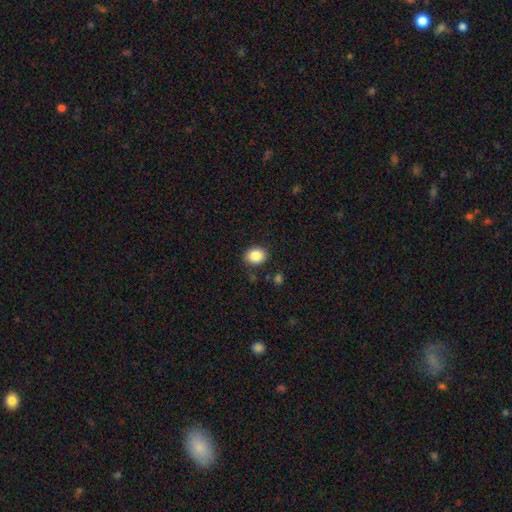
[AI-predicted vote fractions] Smooth or featured?
  - smooth: 87% *
  - star or artifact: 9%
  - featured or disk: 5%
How rounded?
  - round: 54% *
  - in between: 45%
  - cigar-shaped: 1%
Merging?
  - none: 86% *
  - minor disturbance: 9%
  - major disturbance: 3%
  - merger: 2%